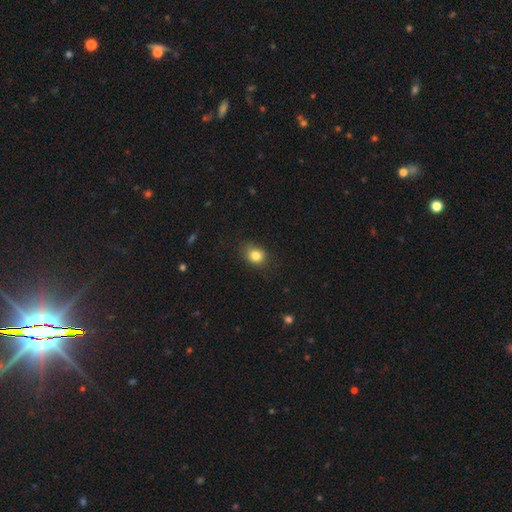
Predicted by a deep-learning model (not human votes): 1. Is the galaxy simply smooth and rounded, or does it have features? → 83% smooth, 11% star or artifact, 6% featured or disk.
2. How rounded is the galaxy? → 64% round, 36% in between, 1% cigar-shaped.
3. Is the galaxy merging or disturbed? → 78% none, 17% minor disturbance, 4% major disturbance, 1% merger.